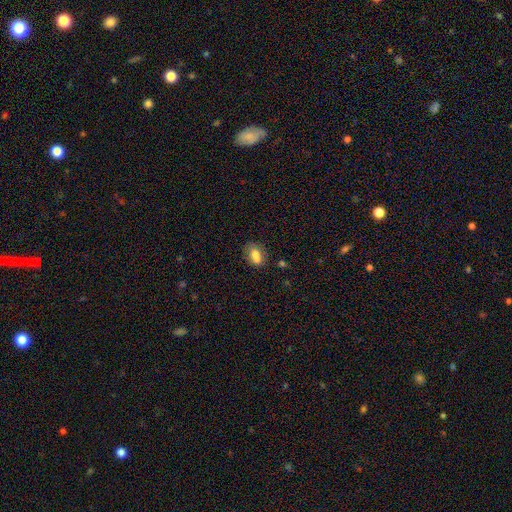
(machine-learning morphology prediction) Smooth or featured? smooth (75%)
How rounded? in between (78%)
Merging? none (55%)